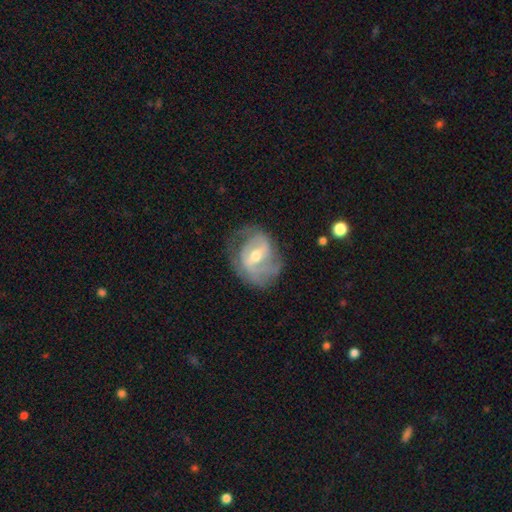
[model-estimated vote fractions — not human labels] featured or disk 79%, smooth 15%, star or artifact 6%. Down the decision tree: edge-on disk — no (96%); bar — weak (47%); spiral arms — yes (83%); spiral arm count — 2 (57%); spiral winding — medium (41%); bulge size — moderate (67%); merging — none (59%).